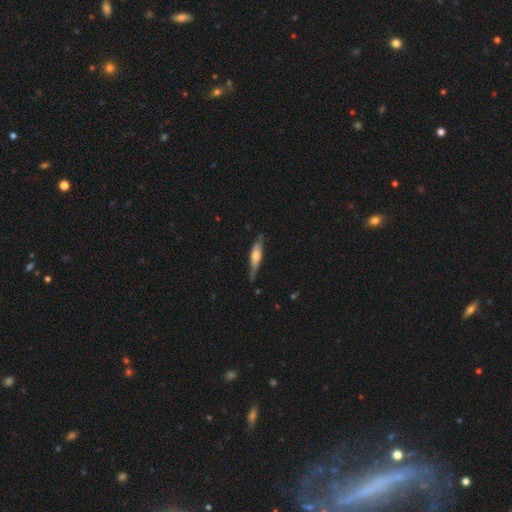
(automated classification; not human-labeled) smooth_or_featured: featured or disk (p=0.55) [alt: smooth p=0.39]
disk_edge_on: yes (p=0.88) [alt: no p=0.12]
merging: none (p=0.75) [alt: minor disturbance p=0.20]